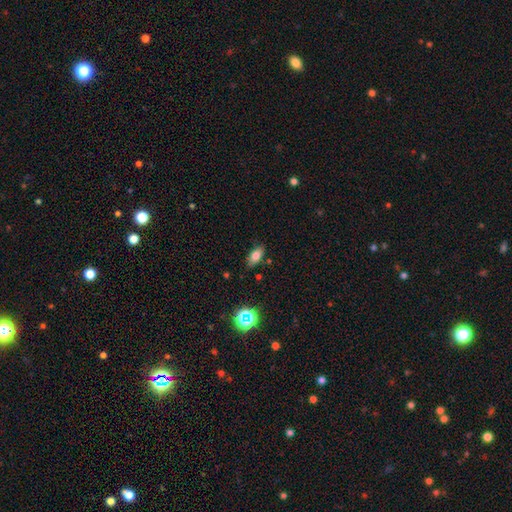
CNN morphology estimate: This is likely a smooth galaxy (77%). How rounded: clearly in between (86%). Merging: clearly none (82%).